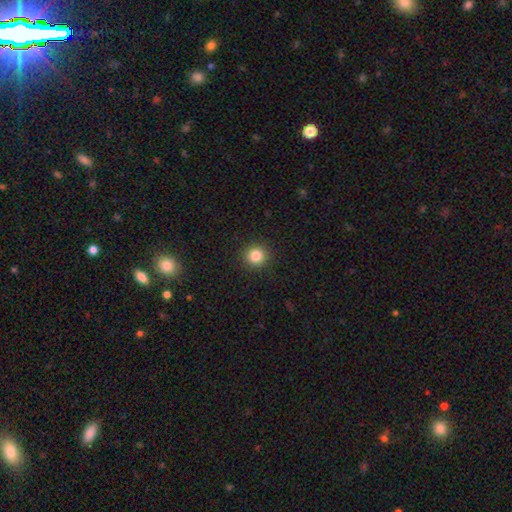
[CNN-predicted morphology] This is clearly a smooth galaxy (84%). How rounded: clearly round (94%). Merging: clearly none (92%).